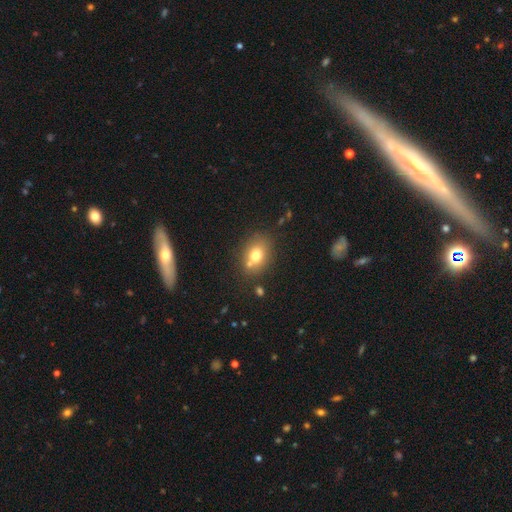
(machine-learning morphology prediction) This is likely a smooth galaxy (72%). How rounded: possibly in between (59%). Merging: likely none (67%).